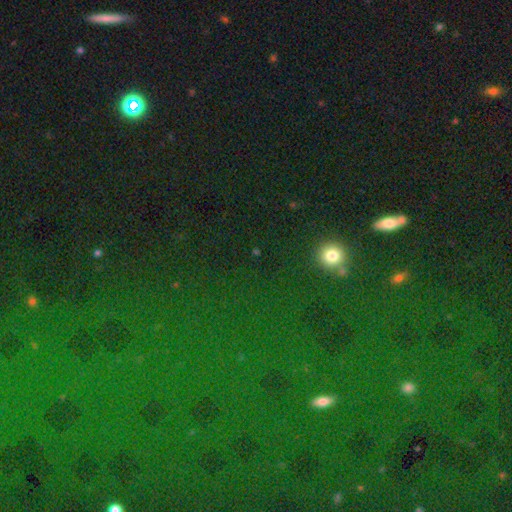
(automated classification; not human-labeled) star or artifact 69%, smooth 22%, featured or disk 8%.